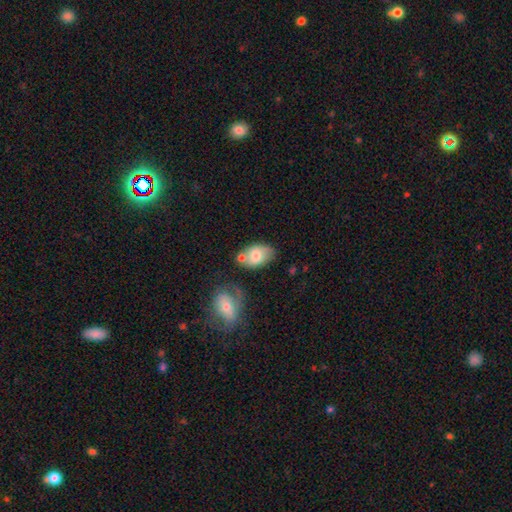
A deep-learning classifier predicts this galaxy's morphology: Smooth or featured: smooth — 70% (featured or disk — 23%)
How rounded: in between — 87% (round — 11%)
Merging: none — 54% (merger — 20%)